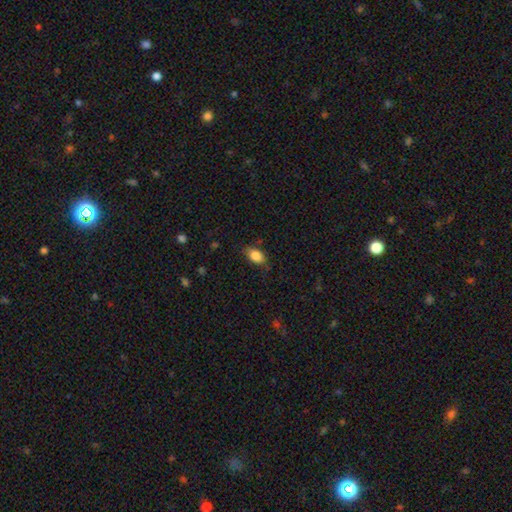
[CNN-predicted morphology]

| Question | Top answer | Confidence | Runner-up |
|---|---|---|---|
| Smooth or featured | smooth | 86% | star or artifact (8%) |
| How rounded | in between | 88% | round (9%) |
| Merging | none | 75% | minor disturbance (19%) |